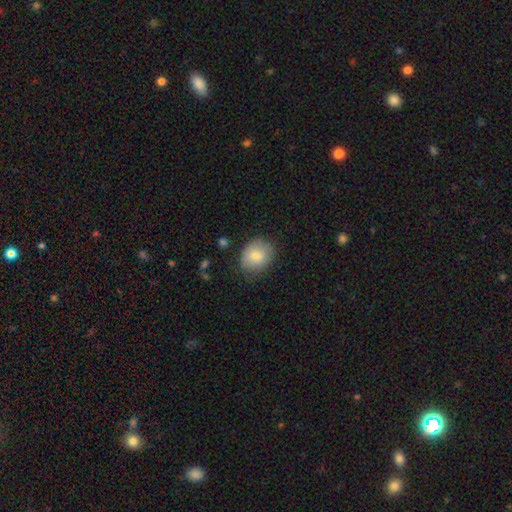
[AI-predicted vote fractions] Q: Smooth or featured?
A: smooth (79%); runner-up: featured or disk (13%)
Q: How rounded?
A: round (63%); runner-up: in between (37%)
Q: Merging?
A: none (74%); runner-up: minor disturbance (19%)